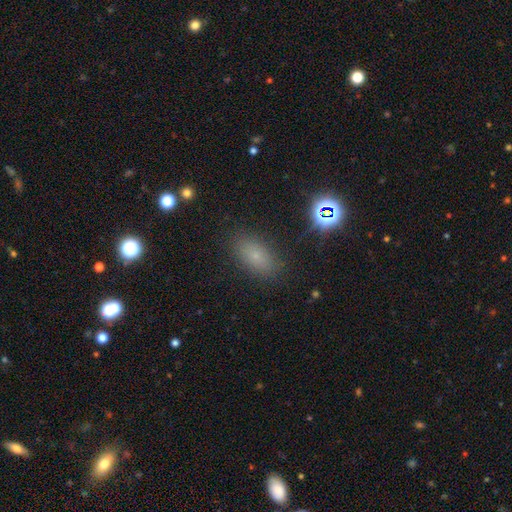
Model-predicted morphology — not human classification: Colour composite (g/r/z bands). It shows a smooth galaxy with no disk features (70%) that is in between round and cigar-shaped (86%). Merging: none (85%).